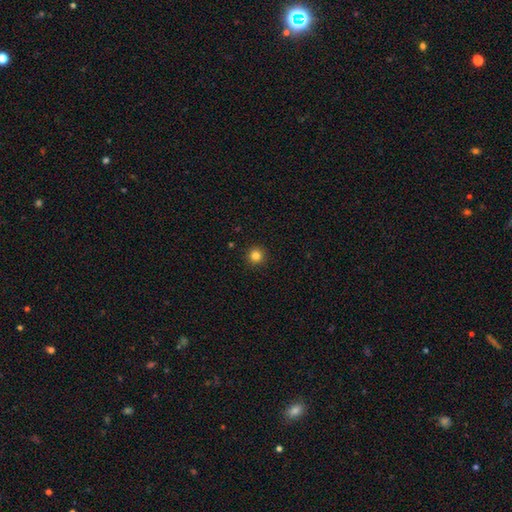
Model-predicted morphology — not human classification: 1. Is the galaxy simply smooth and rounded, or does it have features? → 83% smooth, 12% star or artifact, 4% featured or disk.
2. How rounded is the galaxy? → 96% round, 3% in between, 1% cigar-shaped.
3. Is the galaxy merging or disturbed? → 93% none, 5% minor disturbance, 2% major disturbance, 1% merger.